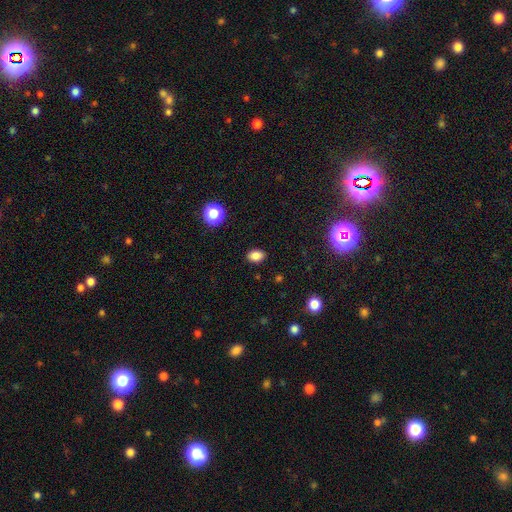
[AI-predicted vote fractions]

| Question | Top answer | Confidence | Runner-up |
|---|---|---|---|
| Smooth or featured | smooth | 83% | star or artifact (12%) |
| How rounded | in between | 80% | round (19%) |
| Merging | none | 88% | minor disturbance (8%) |